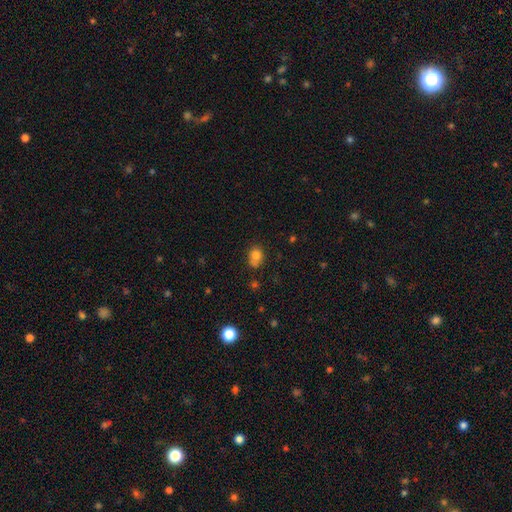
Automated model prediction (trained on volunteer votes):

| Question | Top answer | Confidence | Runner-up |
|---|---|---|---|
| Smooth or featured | smooth | 78% | star or artifact (12%) |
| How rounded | round | 58% | in between (41%) |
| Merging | none | 49% | minor disturbance (23%) |